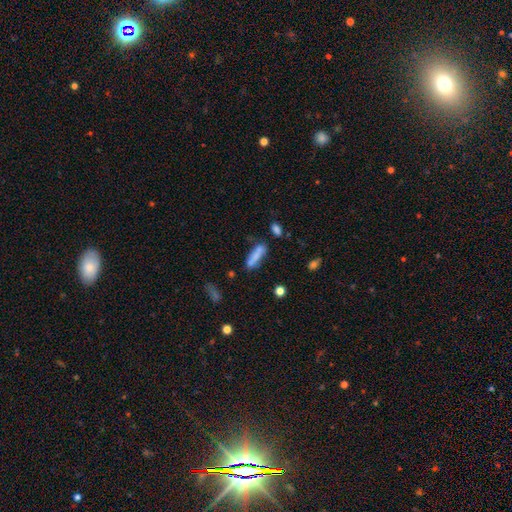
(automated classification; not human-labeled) A smooth galaxy with no disk features (75%) that is cigar-shaped (66%).

Vote fractions:
- Smooth or featured? smooth: 75% / featured or disk: 16% / star or artifact: 8%
- How rounded? cigar-shaped: 66% / in between: 32% / round: 2%
- Merging? none: 58% / minor disturbance: 21% / merger: 12% / major disturbance: 8%